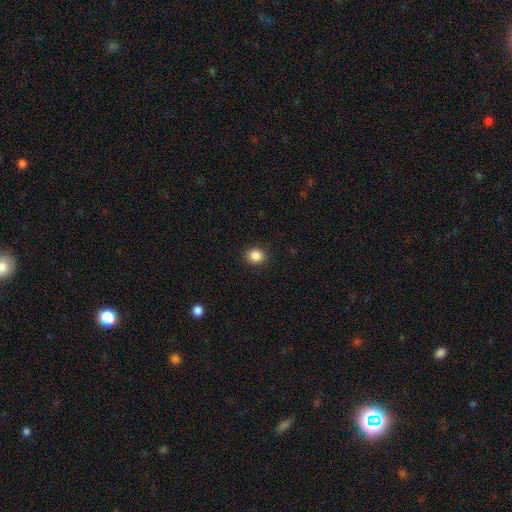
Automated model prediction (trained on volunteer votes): Smooth or featured?
  - smooth: 86% *
  - star or artifact: 10%
  - featured or disk: 4%
How rounded?
  - round: 81% *
  - in between: 18%
  - cigar-shaped: 1%
Merging?
  - none: 91% *
  - minor disturbance: 6%
  - major disturbance: 2%
  - merger: 1%